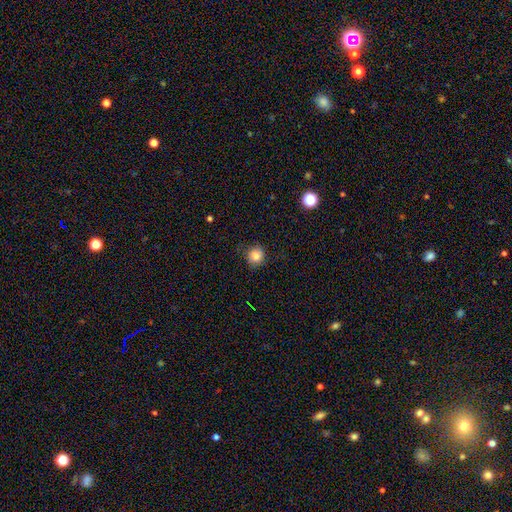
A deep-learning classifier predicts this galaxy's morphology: Q: Smooth or featured?
A: smooth (82%); runner-up: star or artifact (11%)
Q: How rounded?
A: round (88%); runner-up: in between (11%)
Q: Merging?
A: none (84%); runner-up: minor disturbance (12%)